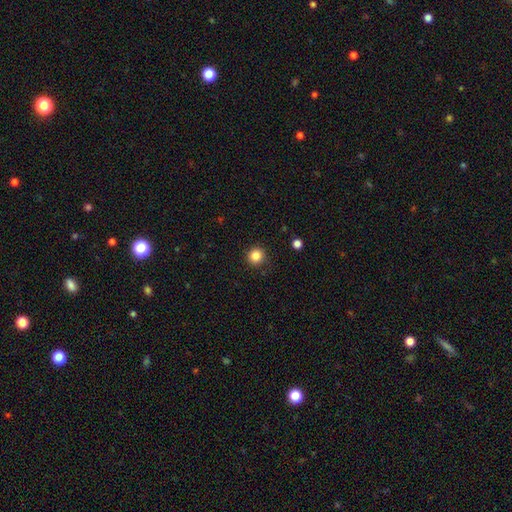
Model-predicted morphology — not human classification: This is clearly a smooth galaxy (85%). How rounded: clearly round (94%). Merging: clearly none (89%).